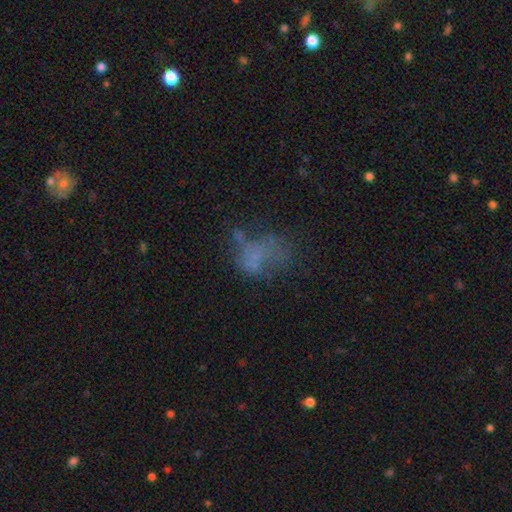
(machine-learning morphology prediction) smooth 42%, featured or disk 36%, star or artifact 22%. Down the decision tree: merging — none (37%).